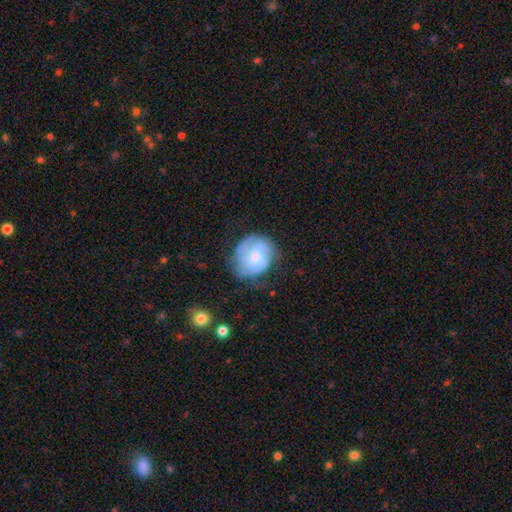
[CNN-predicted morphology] Smooth or featured?
  - featured or disk: 57% *
  - smooth: 36%
  - star or artifact: 7%
Edge-on disk?
  - no: 98% *
  - yes: 2%
Bar?
  - no: 62% *
  - weak: 32%
  - strong: 6%
Spiral arms?
  - yes: 78% *
  - no: 22%
Bulge size?
  - small: 48% *
  - moderate: 45%
  - none: 3%
  - large: 3%
  - dominant: 1%
Merging?
  - none: 59% *
  - minor disturbance: 26%
  - major disturbance: 13%
  - merger: 2%